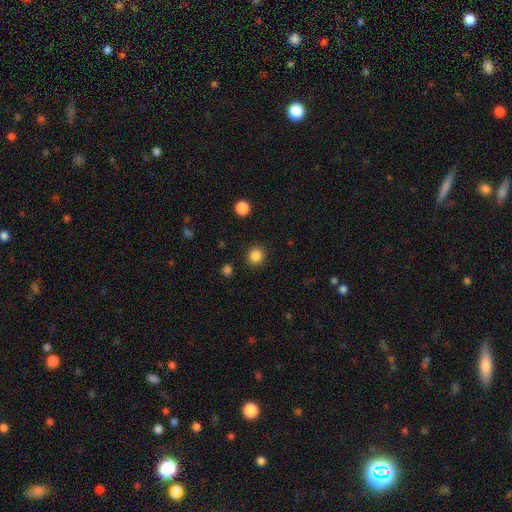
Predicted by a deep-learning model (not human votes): smooth 85%, star or artifact 11%, featured or disk 4%. Down the decision tree: how rounded — round (88%); merging — none (89%).